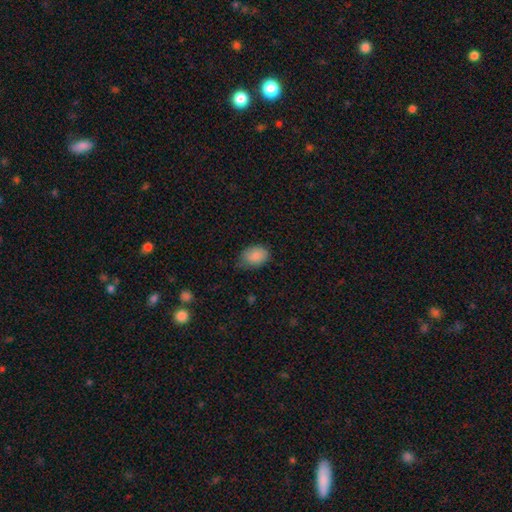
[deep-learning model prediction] Morphology: type=smooth (87%); roundness=in between (79%); merging=none (65%).